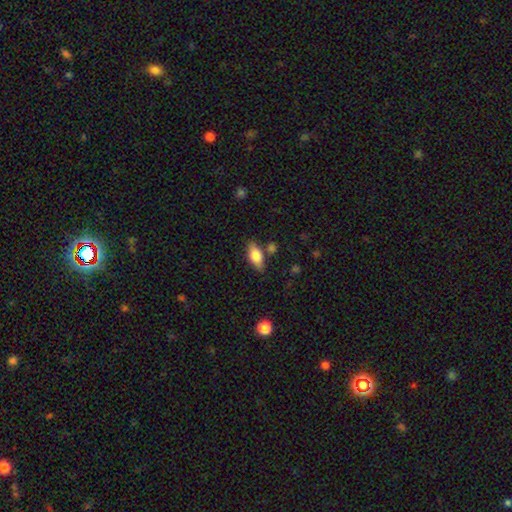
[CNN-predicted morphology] Q: Smooth or featured?
A: smooth (74%); runner-up: featured or disk (19%)
Q: How rounded?
A: in between (84%); runner-up: cigar-shaped (12%)
Q: Merging?
A: none (76%); runner-up: minor disturbance (14%)